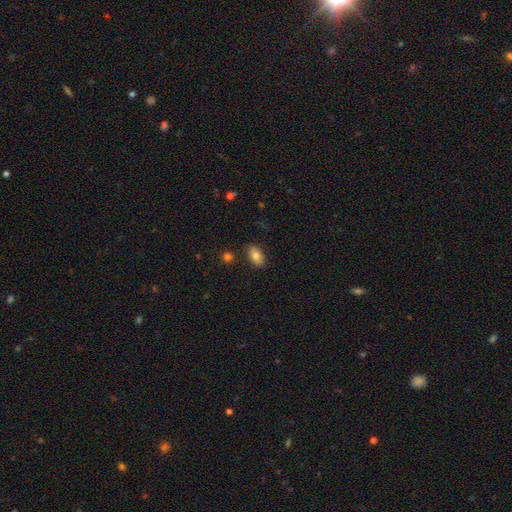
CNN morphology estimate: Smooth or featured? Predicted: smooth (p=0.79). How rounded? Predicted: in between (p=0.90). Merging? Predicted: none (p=0.82).